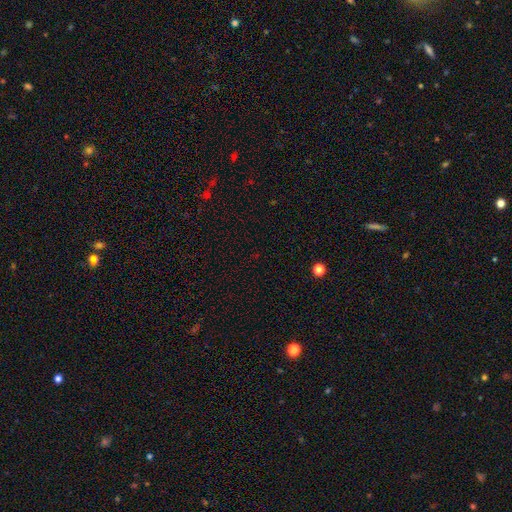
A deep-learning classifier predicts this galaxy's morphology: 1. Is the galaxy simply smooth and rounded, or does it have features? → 67% star or artifact, 26% smooth, 7% featured or disk.